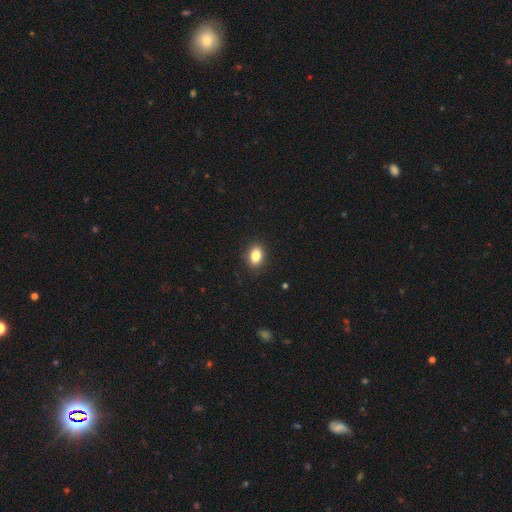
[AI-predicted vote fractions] smooth 84%, star or artifact 9%, featured or disk 6%. Down the decision tree: how rounded — in between (74%); merging — none (89%).